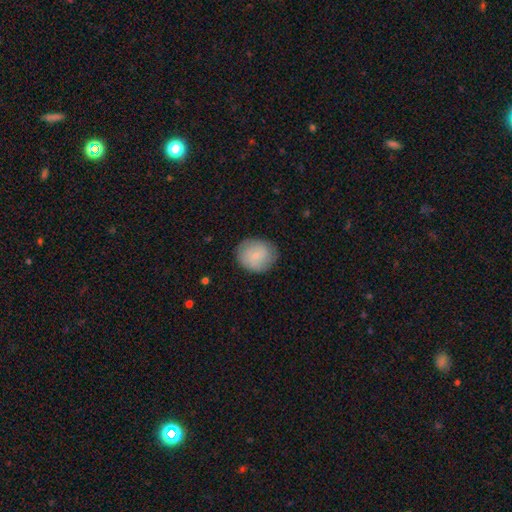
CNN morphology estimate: smooth-or-featured: smooth: 78% | featured or disk: 15% | star or artifact: 7%
  how-rounded: round: 69% | in between: 30% | cigar-shaped: 1%
  merging: none: 81% | minor disturbance: 14% | major disturbance: 4% | merger: 1%